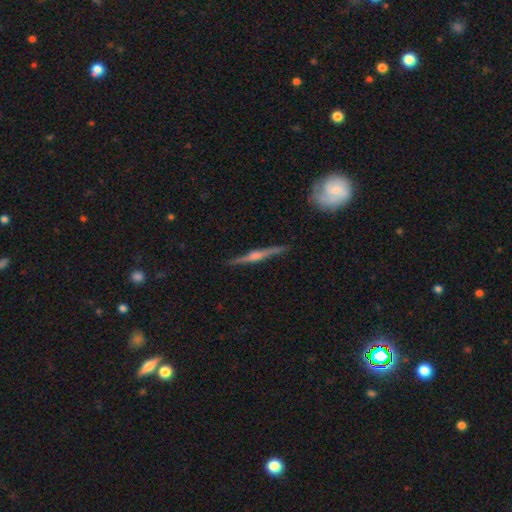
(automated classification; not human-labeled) A featured or disk galaxy (79%) viewed edge-on (96%) with a rounded central bulge (88%).

Vote fractions:
- Smooth or featured? featured or disk: 79% / smooth: 13% / star or artifact: 8%
- Edge-on disk? yes: 96% / no: 4%
- Edge-on bulge? rounded: 88% / none: 7% / boxy: 5%
- Merging? none: 88% / minor disturbance: 9% / major disturbance: 2% / merger: 2%